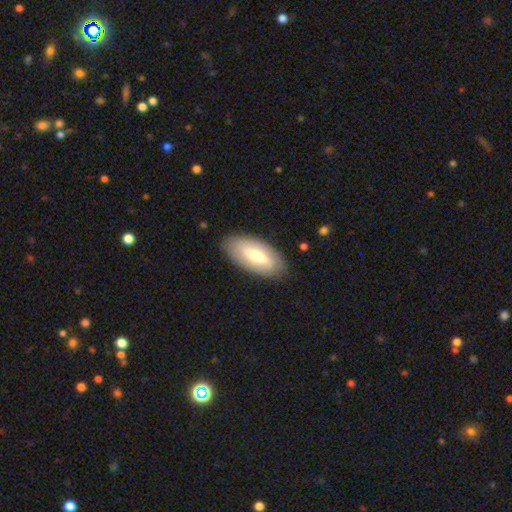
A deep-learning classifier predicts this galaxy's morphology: The model was most divided on "smooth or featured": smooth: 50%, featured or disk: 44%, star or artifact: 6%. More confident: how rounded — in between (88%); merging — none (85%).